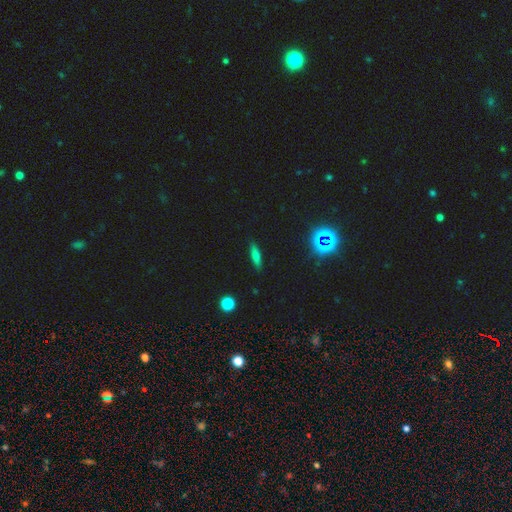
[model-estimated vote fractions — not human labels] Smooth or featured? smooth (58%)
How rounded? cigar-shaped (69%)
Merging? none (88%)